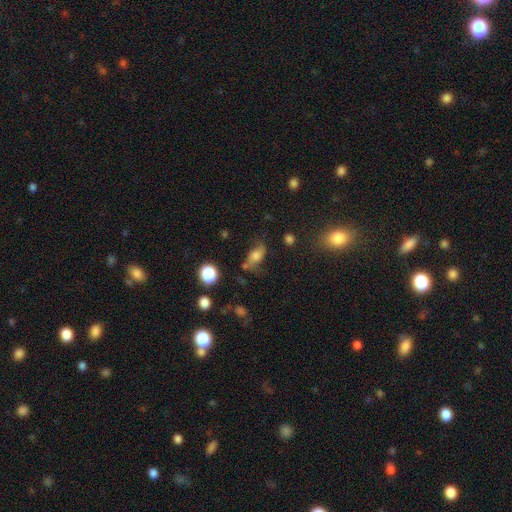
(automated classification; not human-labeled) Morphology: type=smooth (59%); roundness=in between (74%); merging=none (56%).